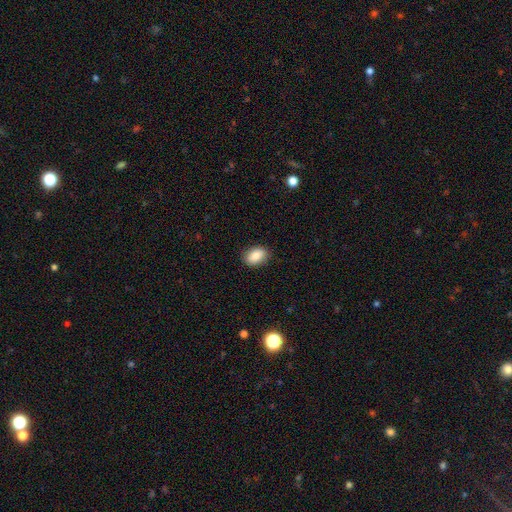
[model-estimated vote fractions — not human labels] This appears to be a smooth galaxy with no disk features (87%) that is in between round and cigar-shaped (84%). Merging: none (88%).